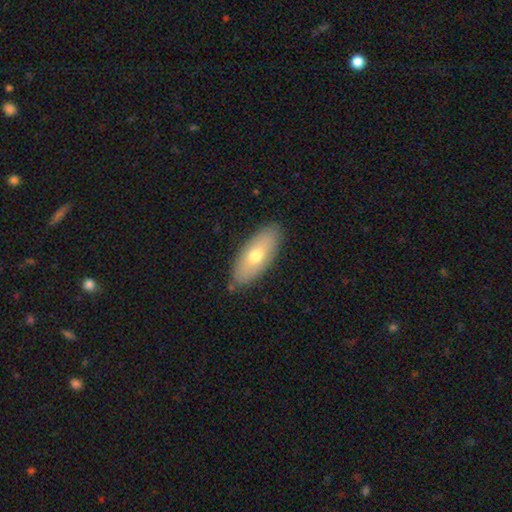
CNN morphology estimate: Smooth or featured? smooth (65%)
How rounded? in between (81%)
Merging? none (86%)